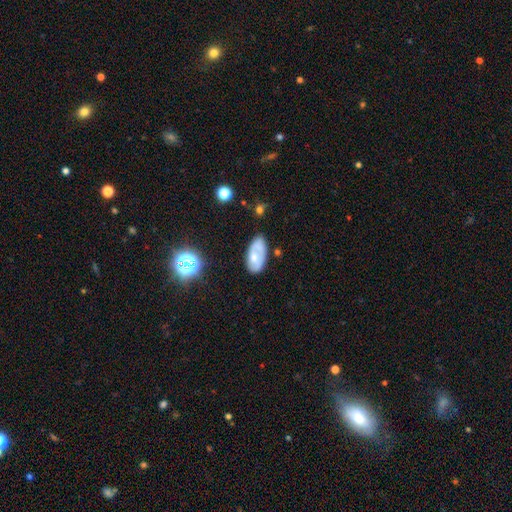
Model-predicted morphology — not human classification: type=smooth (51%); roundness=in between (92%); merging=none (66%).